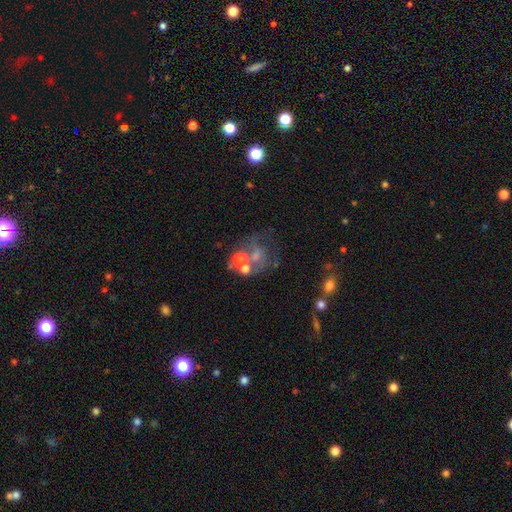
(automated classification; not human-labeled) Morphology: type=featured or disk (46%); merging=none (42%).